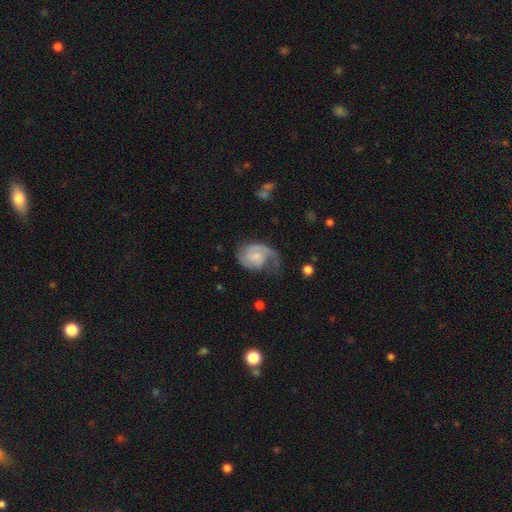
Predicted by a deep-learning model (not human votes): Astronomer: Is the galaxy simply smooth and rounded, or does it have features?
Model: featured or disk — 69%.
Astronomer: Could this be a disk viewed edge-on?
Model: no — 97%.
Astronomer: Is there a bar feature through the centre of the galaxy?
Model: no — 60%.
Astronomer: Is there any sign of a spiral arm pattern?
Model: yes — 91%.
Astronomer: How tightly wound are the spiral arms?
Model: medium — 42% (runner-up: loose, 30%).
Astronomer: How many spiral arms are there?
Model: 2 — 47% (runner-up: 1, 39%).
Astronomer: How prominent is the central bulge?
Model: small — 53% (runner-up: moderate, 30%).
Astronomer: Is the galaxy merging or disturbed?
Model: none — 36% (runner-up: major disturbance, 35%).